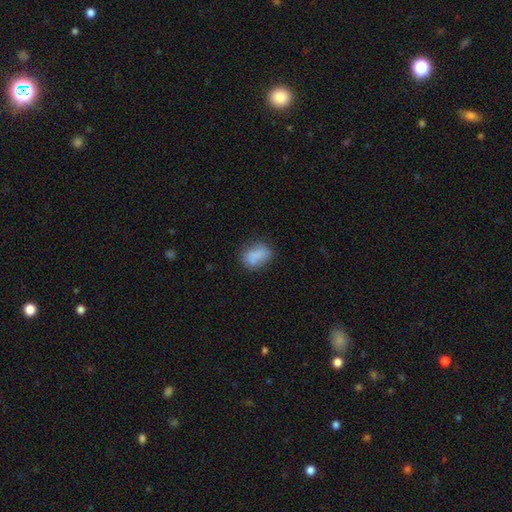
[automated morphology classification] Smooth or featured: smooth — 78% (featured or disk — 13%)
How rounded: in between — 70% (round — 28%)
Merging: none — 59% (minor disturbance — 24%)